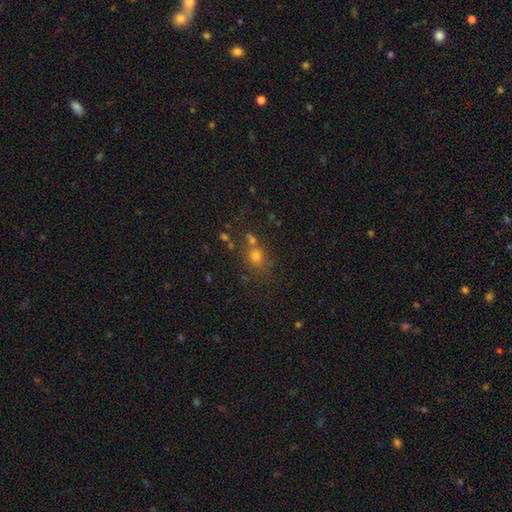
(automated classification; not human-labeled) Smooth or featured: smooth — 66% (star or artifact — 23%)
How rounded: round — 77% (in between — 22%)
Merging: none — 61% (merger — 22%)